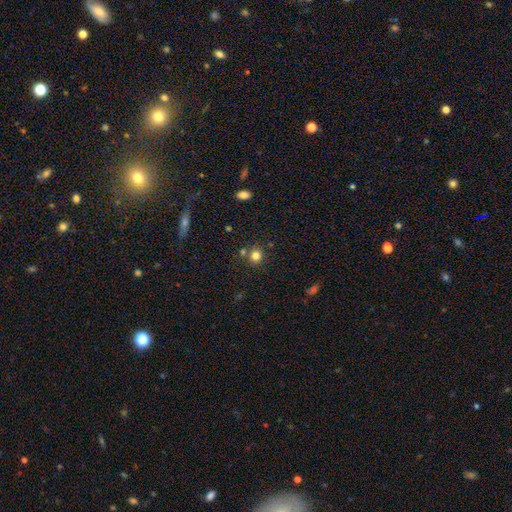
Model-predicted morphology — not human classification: Smooth or featured?
  - smooth: 79% *
  - star or artifact: 14%
  - featured or disk: 7%
How rounded?
  - round: 83% *
  - in between: 16%
  - cigar-shaped: 1%
Merging?
  - none: 75% *
  - merger: 13%
  - minor disturbance: 9%
  - major disturbance: 3%